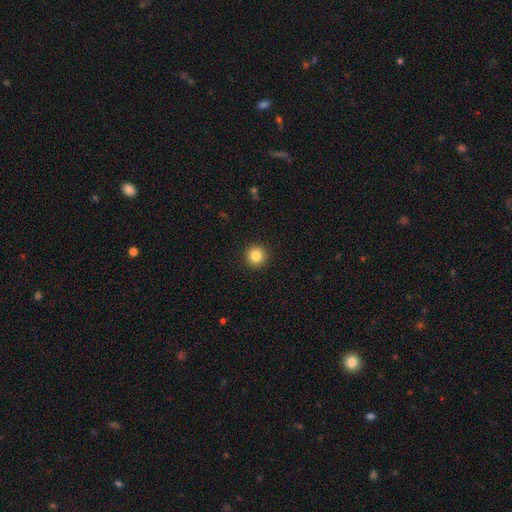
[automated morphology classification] Smooth or featured: smooth — 85% (star or artifact — 10%)
How rounded: round — 95% (in between — 4%)
Merging: none — 92% (minor disturbance — 5%)